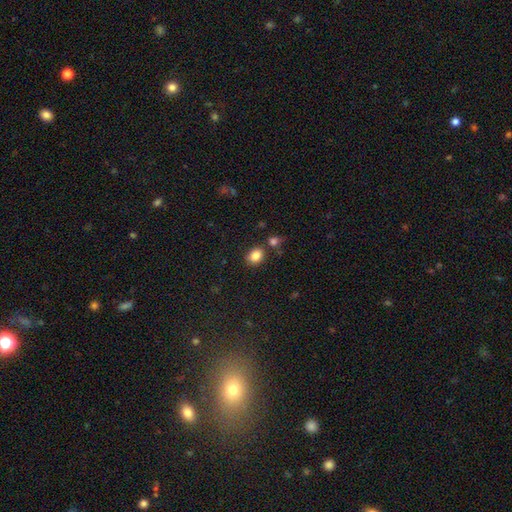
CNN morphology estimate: type=smooth (84%); roundness=in between (53%); merging=none (79%).